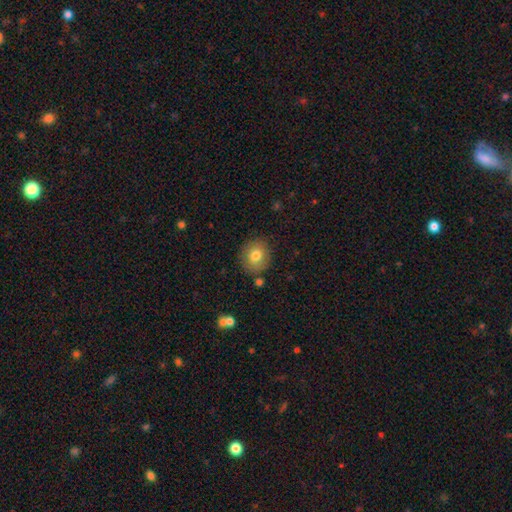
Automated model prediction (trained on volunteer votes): Q: Smooth or featured?
A: smooth (78%); runner-up: featured or disk (12%)
Q: How rounded?
A: round (82%); runner-up: in between (17%)
Q: Merging?
A: none (84%); runner-up: minor disturbance (10%)